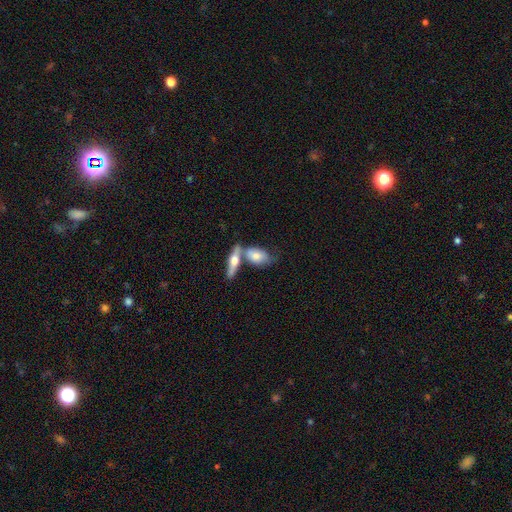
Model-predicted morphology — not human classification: Q: Smooth or featured?
A: smooth (65%); runner-up: featured or disk (30%)
Q: How rounded?
A: in between (82%); runner-up: cigar-shaped (12%)
Q: Merging?
A: merger (47%); runner-up: none (36%)